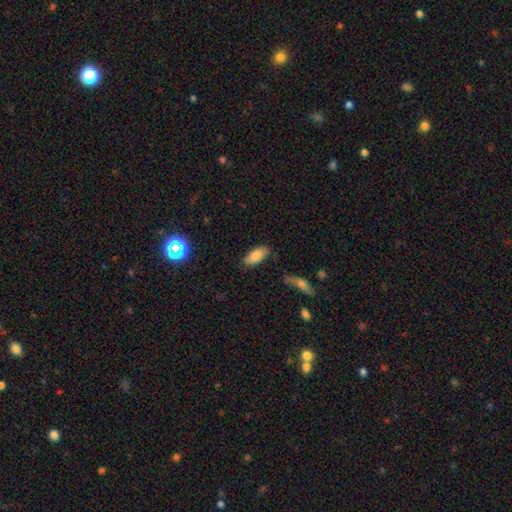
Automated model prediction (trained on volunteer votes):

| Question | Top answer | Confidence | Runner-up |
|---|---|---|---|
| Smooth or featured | smooth | 82% | featured or disk (10%) |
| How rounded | in between | 88% | cigar-shaped (9%) |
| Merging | none | 80% | minor disturbance (15%) |